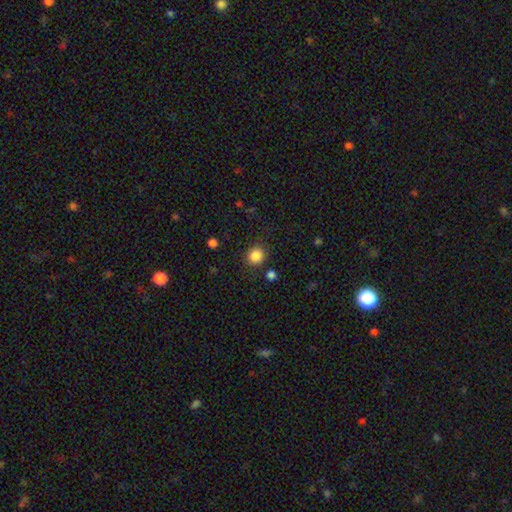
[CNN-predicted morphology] Smooth or featured? smooth (86%)
How rounded? round (86%)
Merging? none (85%)